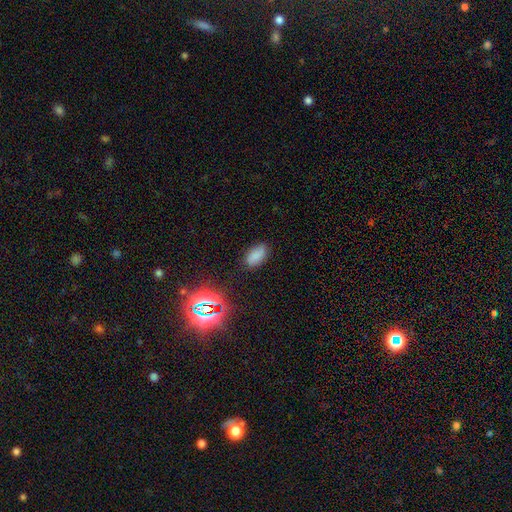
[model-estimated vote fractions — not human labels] smooth 80%, star or artifact 15%, featured or disk 5%. Down the decision tree: how rounded — in between (92%); merging — none (83%).